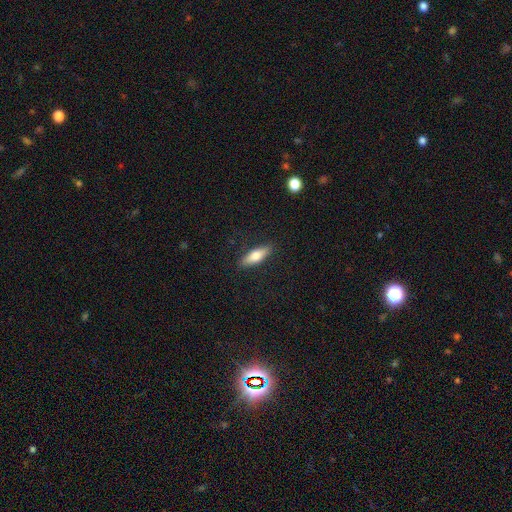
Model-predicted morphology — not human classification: type=smooth (68%); roundness=cigar-shaped (51%); merging=none (88%).